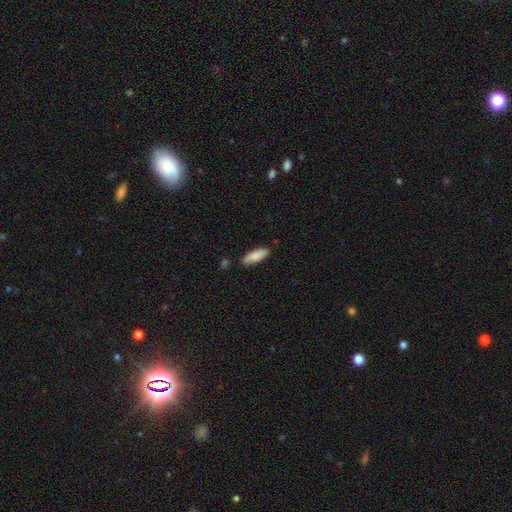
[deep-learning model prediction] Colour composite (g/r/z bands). It shows a smooth galaxy with no disk features (86%) that is in between round and cigar-shaped (66%). Merging: none (82%).